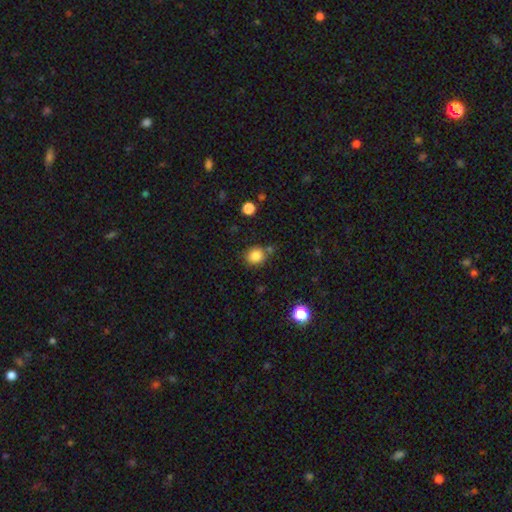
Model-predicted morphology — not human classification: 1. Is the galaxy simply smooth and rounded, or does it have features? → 84% smooth, 11% star or artifact, 5% featured or disk.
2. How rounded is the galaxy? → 79% round, 20% in between, 1% cigar-shaped.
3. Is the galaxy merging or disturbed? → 73% none, 14% minor disturbance, 9% merger, 4% major disturbance.